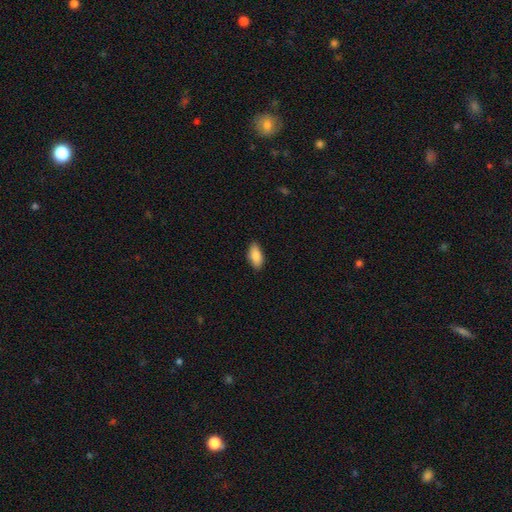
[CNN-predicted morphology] Smooth or featured? smooth (86%)
How rounded? in between (89%)
Merging? none (88%)